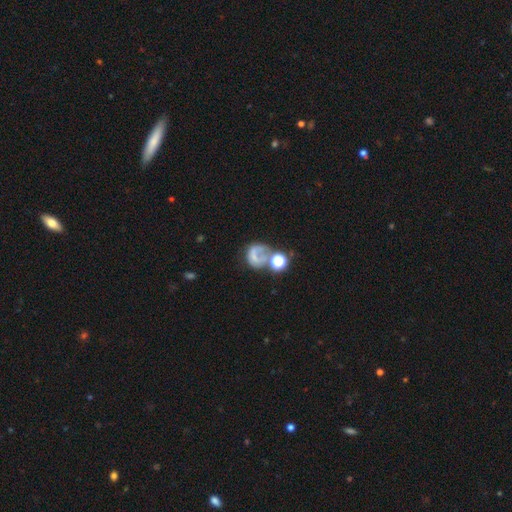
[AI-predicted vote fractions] A smooth galaxy with no disk features (44%). Merging: none (30%).